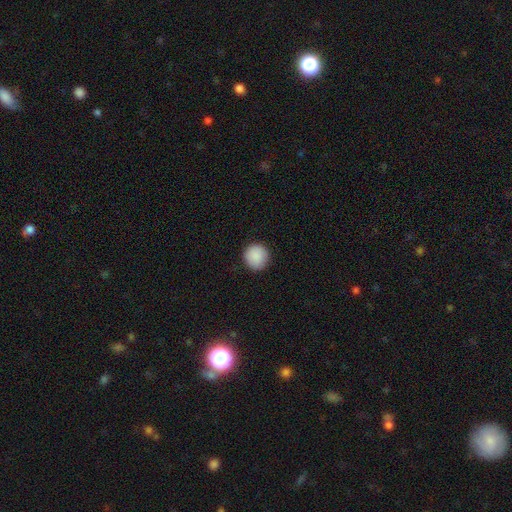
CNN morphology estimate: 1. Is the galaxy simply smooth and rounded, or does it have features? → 90% smooth, 7% star or artifact, 3% featured or disk.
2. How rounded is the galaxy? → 94% round, 5% in between, 1% cigar-shaped.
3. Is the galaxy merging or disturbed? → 91% none, 6% minor disturbance, 2% major disturbance, 1% merger.